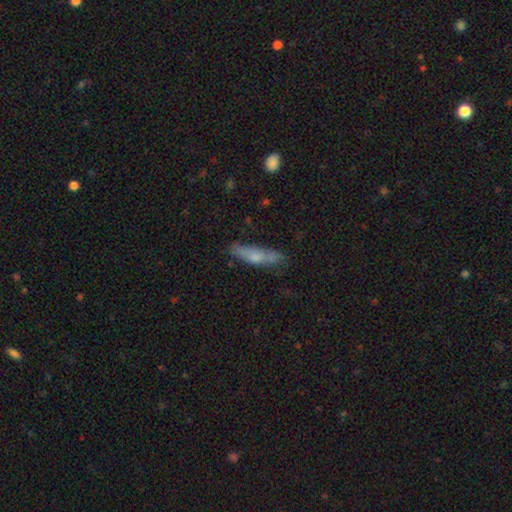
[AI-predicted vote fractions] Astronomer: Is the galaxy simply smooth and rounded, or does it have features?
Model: smooth — 60%.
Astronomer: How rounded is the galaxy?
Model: cigar-shaped — 79%.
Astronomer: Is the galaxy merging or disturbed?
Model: none — 69%.